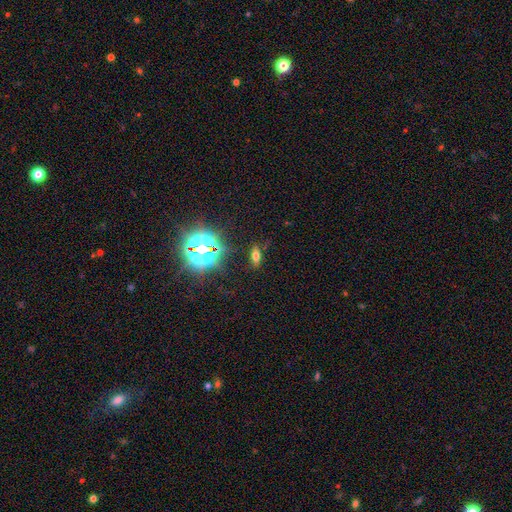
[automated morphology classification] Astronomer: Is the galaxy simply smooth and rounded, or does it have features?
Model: smooth — 55%.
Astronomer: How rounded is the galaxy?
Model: in between — 71%.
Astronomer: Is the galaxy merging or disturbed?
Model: none — 83%.